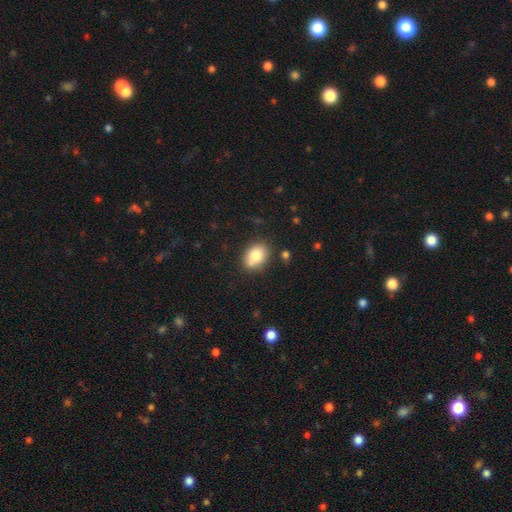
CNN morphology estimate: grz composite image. It shows a smooth galaxy with no disk features (80%) that is in between round and cigar-shaped (69%). Merging: none (77%).